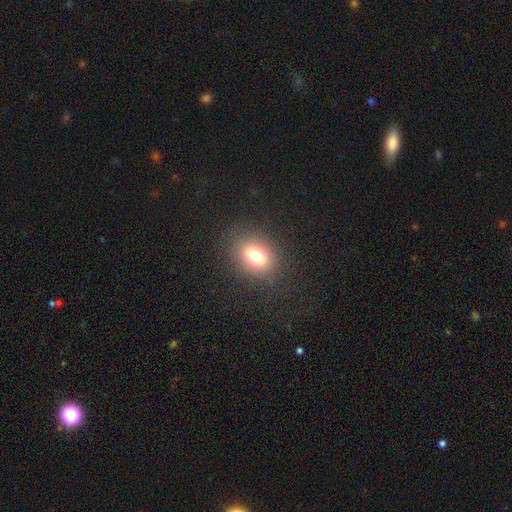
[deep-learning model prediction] Smooth or featured? Predicted: smooth (p=0.76). How rounded? Predicted: in between (p=0.63). Merging? Predicted: none (p=0.86).